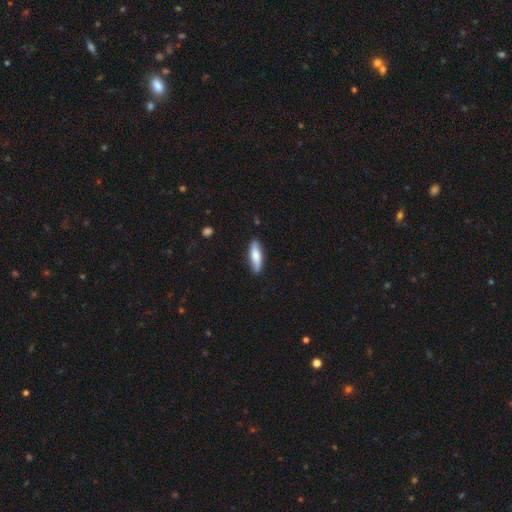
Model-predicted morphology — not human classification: smooth-or-featured: smooth: 72% | featured or disk: 23% | star or artifact: 6%
  how-rounded: cigar-shaped: 53% | in between: 45% | round: 2%
  merging: none: 82% | minor disturbance: 14% | major disturbance: 2% | merger: 2%